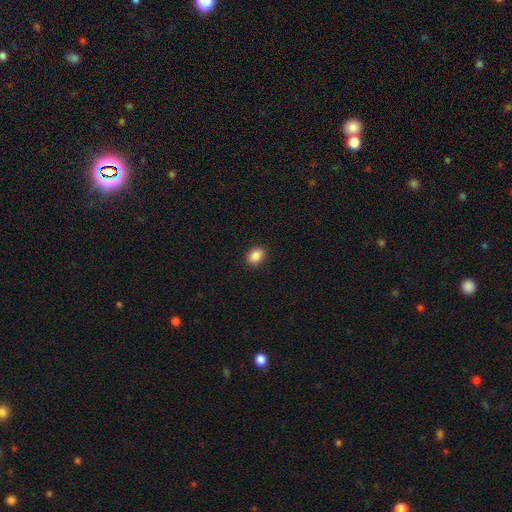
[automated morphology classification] Overall: smooth (88%). How rounded: in between (66%; round 33%). Merging: none (90%).